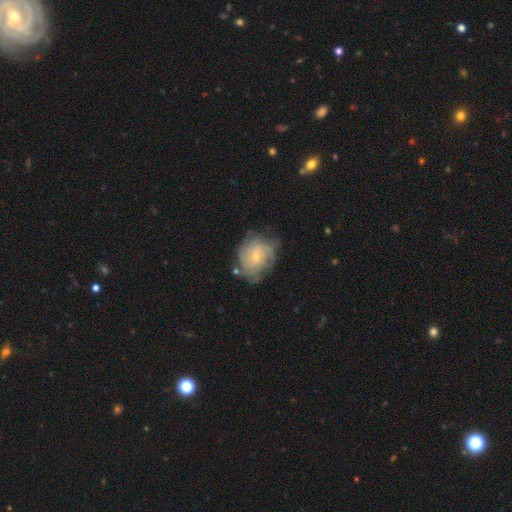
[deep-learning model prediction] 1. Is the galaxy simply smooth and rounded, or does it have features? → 77% featured or disk, 16% smooth, 6% star or artifact.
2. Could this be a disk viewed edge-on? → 98% no, 2% yes.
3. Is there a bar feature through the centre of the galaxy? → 53% no, 41% weak, 6% strong.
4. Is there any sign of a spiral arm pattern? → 94% yes, 6% no.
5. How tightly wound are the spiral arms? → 65% tight, 28% medium, 7% loose.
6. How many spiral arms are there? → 39% can't tell, 19% 3, 19% 2, 13% 4, 5% more than 4, 5% 1.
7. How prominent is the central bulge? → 71% small, 23% moderate, 4% none, 1% large, 1% dominant.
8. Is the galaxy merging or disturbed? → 69% none, 20% minor disturbance, 8% major disturbance, 3% merger.